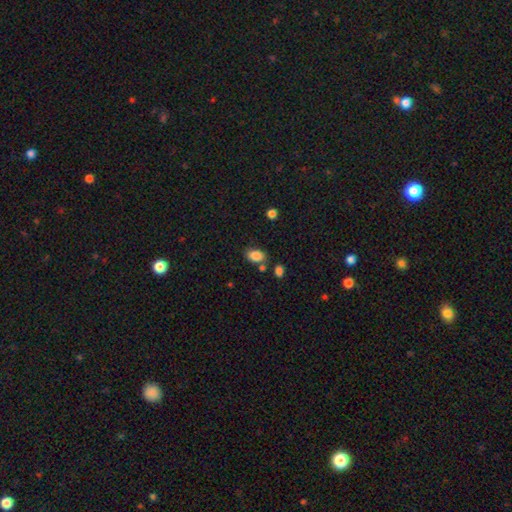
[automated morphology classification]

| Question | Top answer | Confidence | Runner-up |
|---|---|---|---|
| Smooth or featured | smooth | 86% | star or artifact (9%) |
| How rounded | in between | 84% | round (15%) |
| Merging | none | 70% | minor disturbance (15%) |